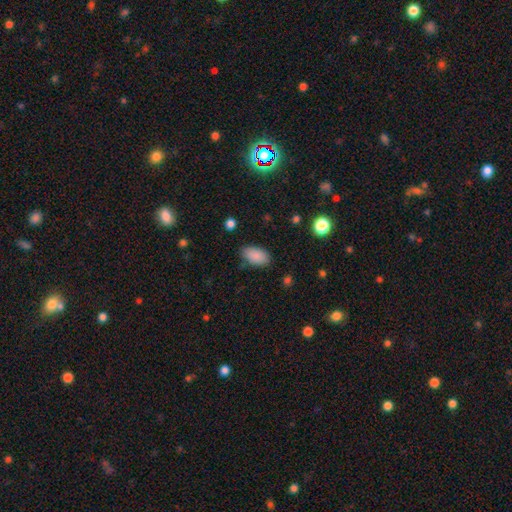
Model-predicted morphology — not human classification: A smooth galaxy with no disk features (88%) that is in between round and cigar-shaped (94%). Merging: none (82%).